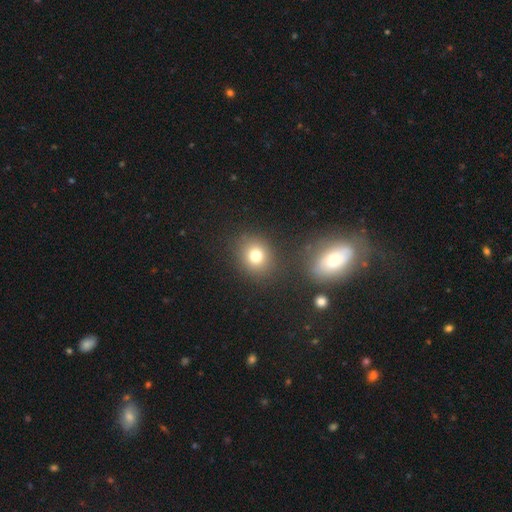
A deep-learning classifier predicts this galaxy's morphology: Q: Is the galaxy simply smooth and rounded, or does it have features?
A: smooth — 77%.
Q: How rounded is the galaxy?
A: round — 75%.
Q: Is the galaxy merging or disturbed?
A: none — 82%.